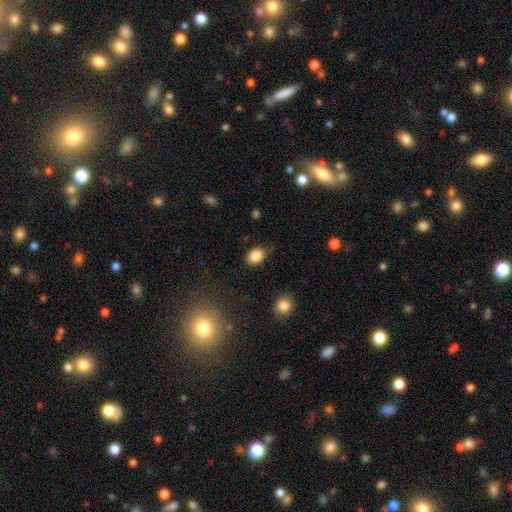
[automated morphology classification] This appears to be a smooth galaxy with no disk features (86%) that is in between round and cigar-shaped (77%). Merging: none (71%).